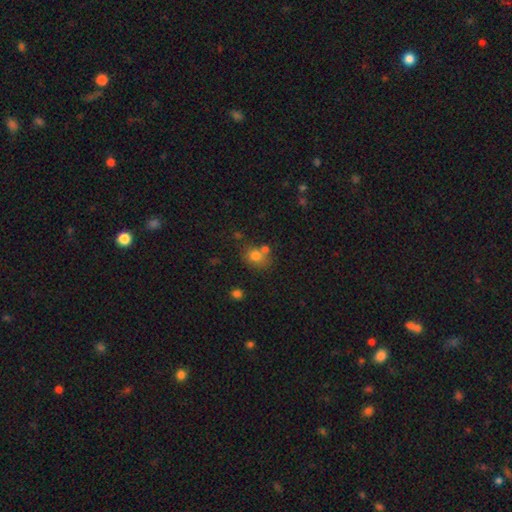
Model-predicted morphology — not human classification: Smooth or featured: smooth — 76% (star or artifact — 13%)
How rounded: round — 58% (in between — 41%)
Merging: none — 55% (merger — 24%)